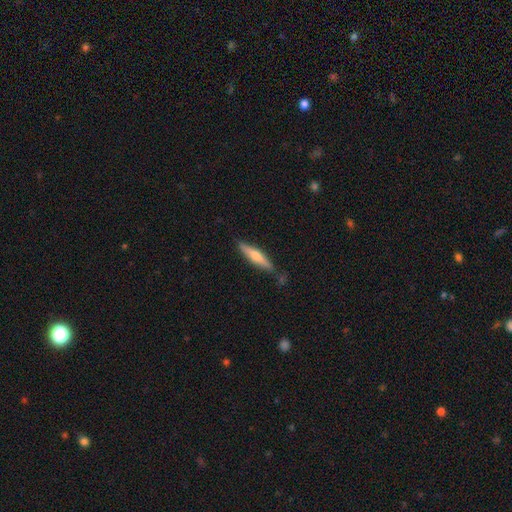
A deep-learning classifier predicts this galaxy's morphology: type=featured or disk (52%); edge-on=yes (94%); merging=none (82%).